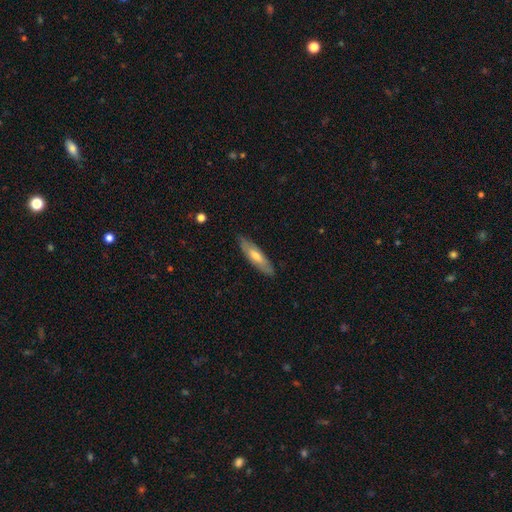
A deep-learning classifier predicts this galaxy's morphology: This appears to be a smooth galaxy with no disk features (55%) that is cigar-shaped (66%). Merging: none (85%).